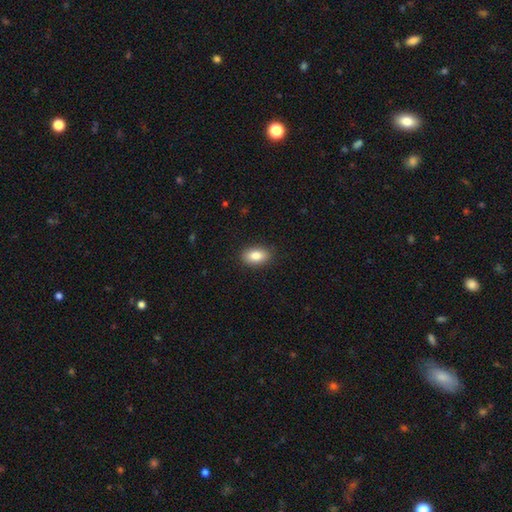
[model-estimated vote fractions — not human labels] smooth 85%, star or artifact 7%, featured or disk 7%. Down the decision tree: how rounded — in between (90%); merging — none (89%).